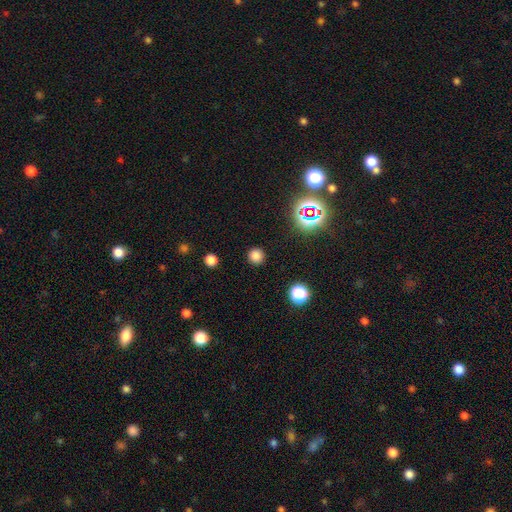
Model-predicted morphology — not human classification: Overall: smooth (78%). How rounded: round (94%). Merging: none (91%).